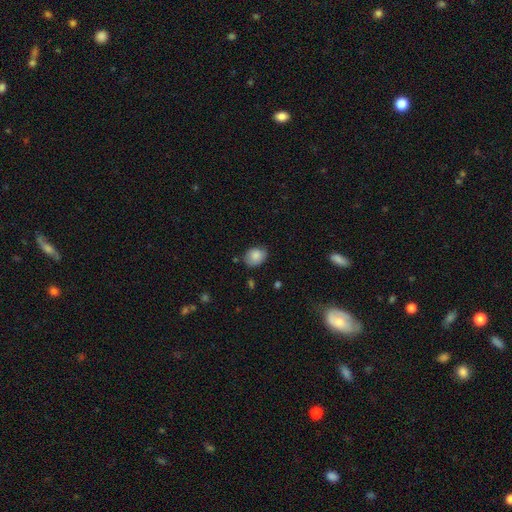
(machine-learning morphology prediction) smooth-or-featured: smooth: 84% | featured or disk: 8% | star or artifact: 8%
  how-rounded: in between: 57% | round: 42% | cigar-shaped: 1%
  merging: none: 69% | minor disturbance: 24% | major disturbance: 4% | merger: 2%